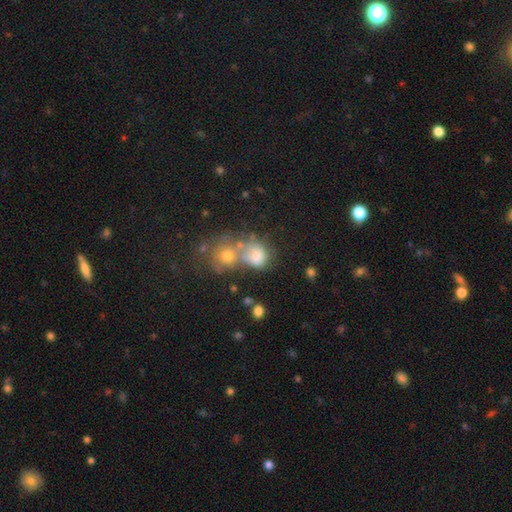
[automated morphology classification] Q: Smooth or featured?
A: smooth (67%); runner-up: featured or disk (18%)
Q: How rounded?
A: round (56%); runner-up: in between (43%)
Q: Merging?
A: merger (55%); runner-up: none (26%)